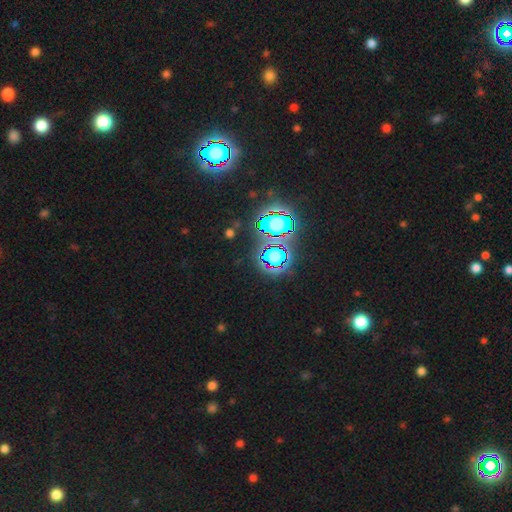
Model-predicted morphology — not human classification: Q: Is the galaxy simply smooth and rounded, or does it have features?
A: star or artifact — 80%.